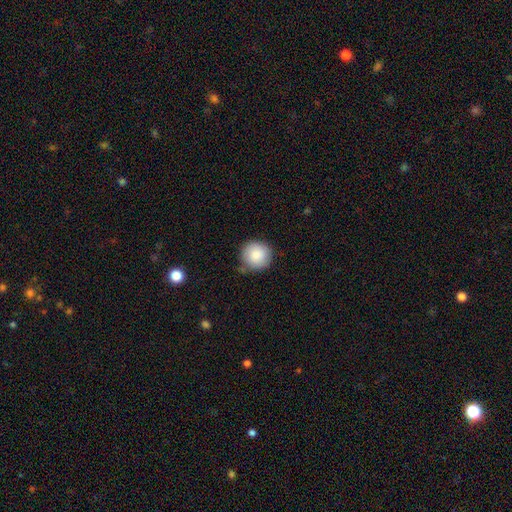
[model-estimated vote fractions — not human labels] smooth-or-featured: smooth: 86% | star or artifact: 7% | featured or disk: 6%
  how-rounded: round: 93% | in between: 6% | cigar-shaped: 1%
  merging: none: 79% | minor disturbance: 15% | major disturbance: 3% | merger: 3%